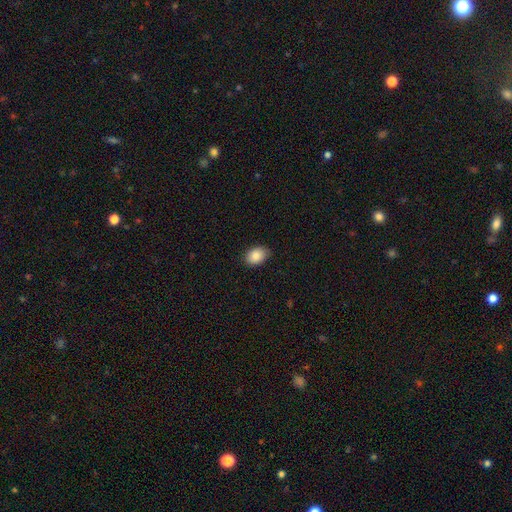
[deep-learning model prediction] The model was most divided on "how rounded": in between: 81%, round: 18%, cigar-shaped: 1%. More confident: smooth or featured — smooth (85%); merging — none (83%).